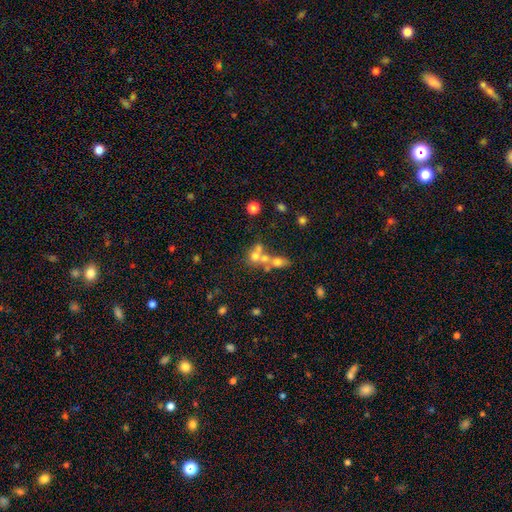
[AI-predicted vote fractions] Smooth or featured? Predicted: smooth (p=0.58). How rounded? Predicted: round (p=0.62). Merging? Predicted: merger (p=0.56).